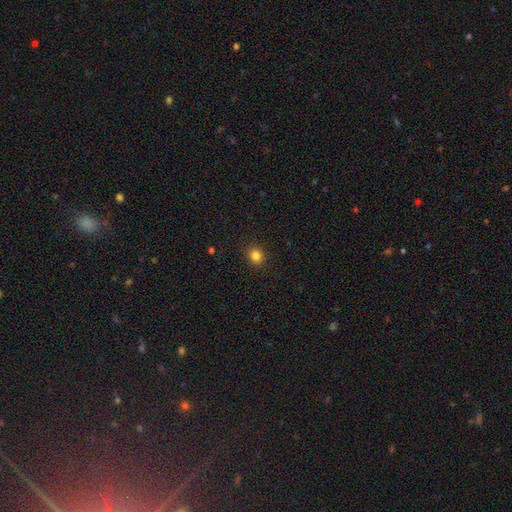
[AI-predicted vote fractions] Smooth or featured? Predicted: smooth (p=0.84). How rounded? Predicted: round (p=0.81). Merging? Predicted: none (p=0.91).